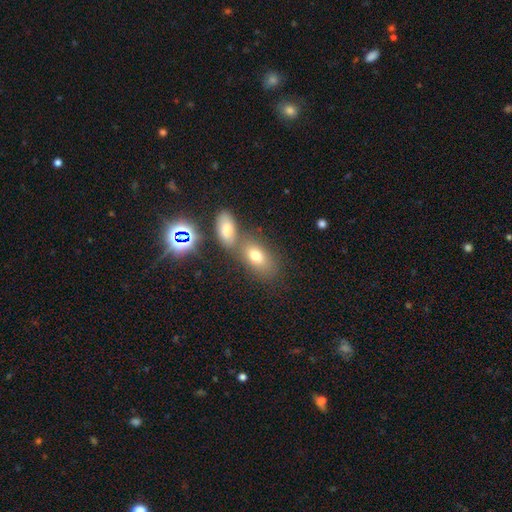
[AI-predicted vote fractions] Smooth or featured: smooth — 73% (featured or disk — 15%)
How rounded: in between — 85% (round — 12%)
Merging: none — 46% (merger — 39%)